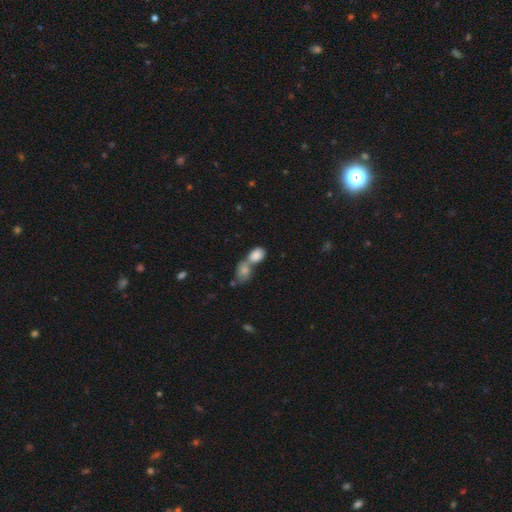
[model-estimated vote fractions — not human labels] This appears to be a smooth galaxy with no disk features (84%) that is in between round and cigar-shaped (78%). Merging: merger (68%).